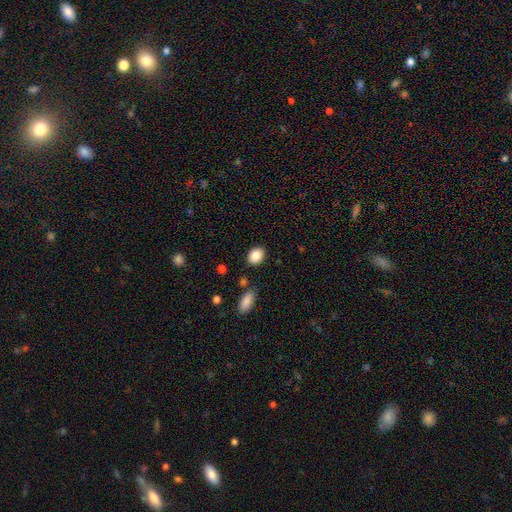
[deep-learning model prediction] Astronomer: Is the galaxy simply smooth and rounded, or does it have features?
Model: smooth — 87%.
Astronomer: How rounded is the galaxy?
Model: in between — 66%.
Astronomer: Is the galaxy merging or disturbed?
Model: none — 84%.